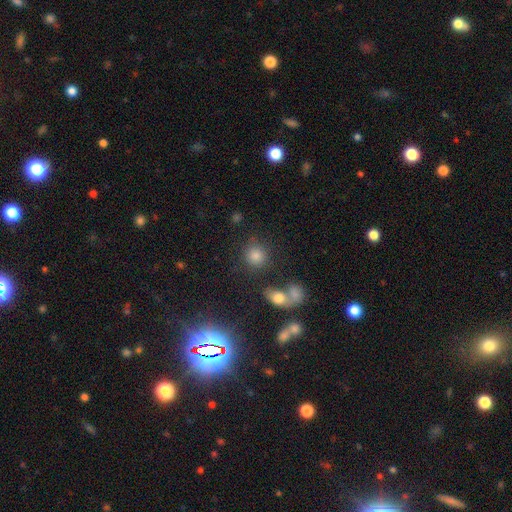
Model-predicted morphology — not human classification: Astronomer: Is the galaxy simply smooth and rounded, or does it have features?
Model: smooth — 74%.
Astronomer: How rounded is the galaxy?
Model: round — 85%.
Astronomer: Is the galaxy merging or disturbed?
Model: none — 74%.